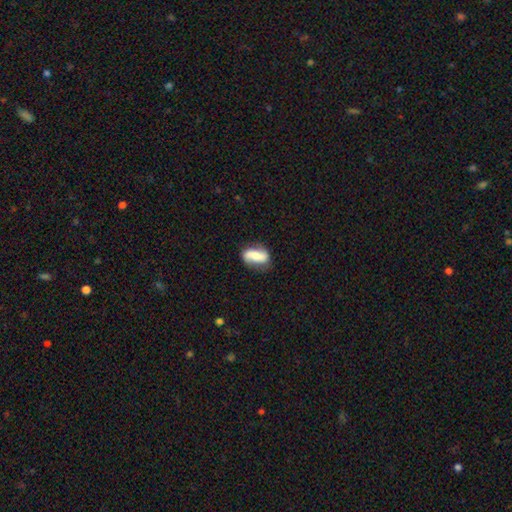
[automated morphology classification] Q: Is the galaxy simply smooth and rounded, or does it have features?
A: smooth — 54%.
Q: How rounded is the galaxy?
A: in between — 81%.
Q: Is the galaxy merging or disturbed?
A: none — 69%.